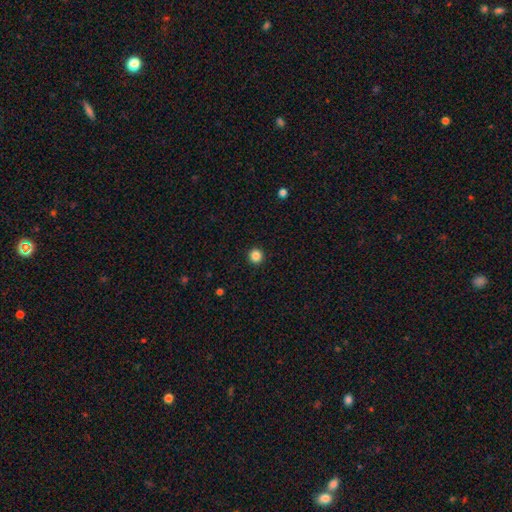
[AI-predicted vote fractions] A smooth galaxy with no disk features (86%) that is round (96%).

Vote fractions:
- Smooth or featured? smooth: 86% / star or artifact: 11% / featured or disk: 3%
- How rounded? round: 96% / in between: 4% / cigar-shaped: 1%
- Merging? none: 93% / minor disturbance: 4% / major disturbance: 2% / merger: 1%